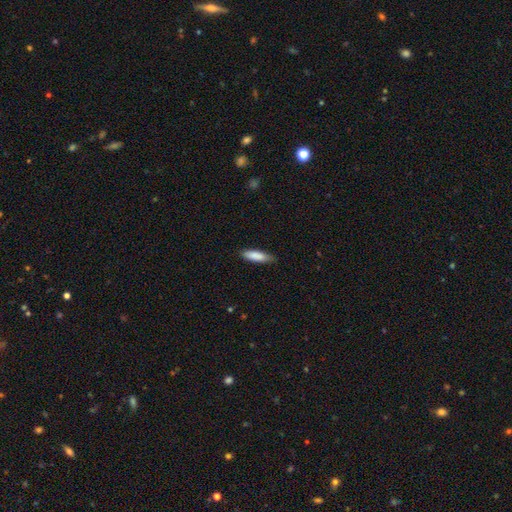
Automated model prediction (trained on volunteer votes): Q: Smooth or featured?
A: smooth (87%); runner-up: featured or disk (8%)
Q: How rounded?
A: cigar-shaped (60%); runner-up: in between (39%)
Q: Merging?
A: none (82%); runner-up: minor disturbance (15%)